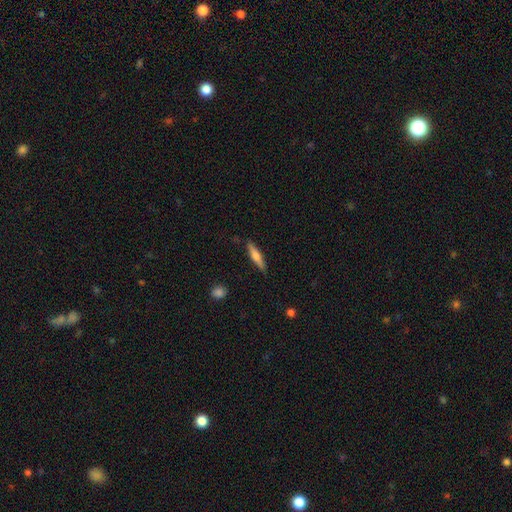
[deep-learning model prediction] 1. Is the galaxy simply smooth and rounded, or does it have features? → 54% smooth, 40% featured or disk, 6% star or artifact.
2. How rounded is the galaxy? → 85% cigar-shaped, 13% in between, 2% round.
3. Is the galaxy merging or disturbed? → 87% none, 9% minor disturbance, 2% major disturbance, 1% merger.